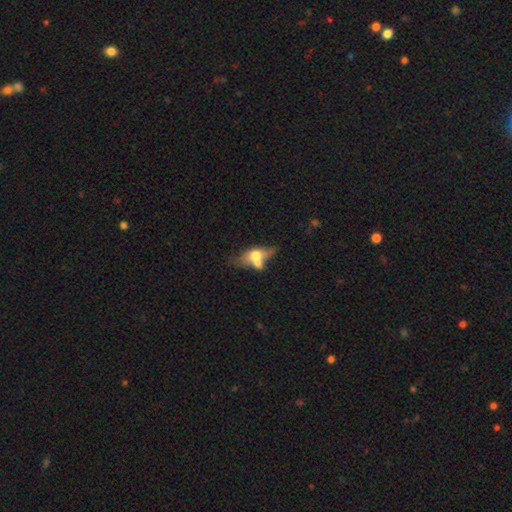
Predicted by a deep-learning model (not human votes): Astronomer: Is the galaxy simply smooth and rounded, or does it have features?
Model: smooth — 54% (runner-up: featured or disk, 38%).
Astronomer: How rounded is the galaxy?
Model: in between — 70%.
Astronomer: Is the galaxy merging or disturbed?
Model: merger — 53%.